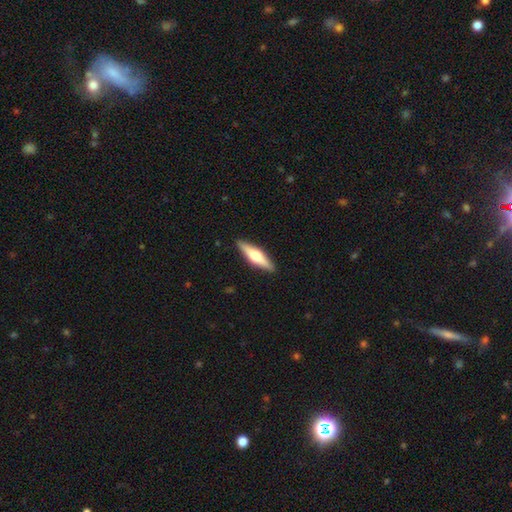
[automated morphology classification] Smooth or featured?
  - featured or disk: 57% *
  - smooth: 38%
  - star or artifact: 5%
Edge-on disk?
  - yes: 96% *
  - no: 4%
Edge-on bulge?
  - rounded: 93% *
  - boxy: 4%
  - none: 3%
Merging?
  - none: 91% *
  - minor disturbance: 7%
  - major disturbance: 1%
  - merger: 1%